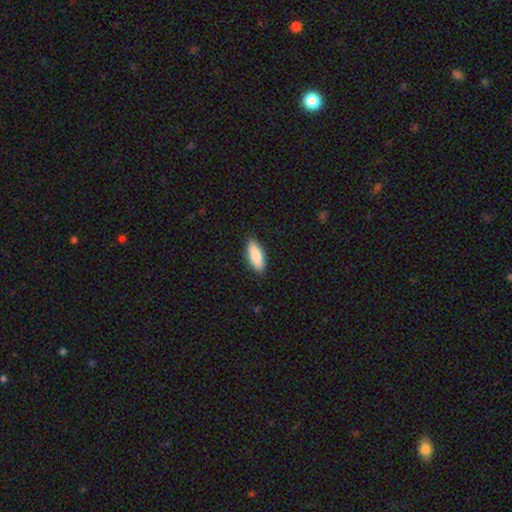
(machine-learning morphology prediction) Smooth or featured: smooth — 88% (featured or disk — 6%)
How rounded: in between — 72% (cigar-shaped — 27%)
Merging: none — 89% (minor disturbance — 9%)